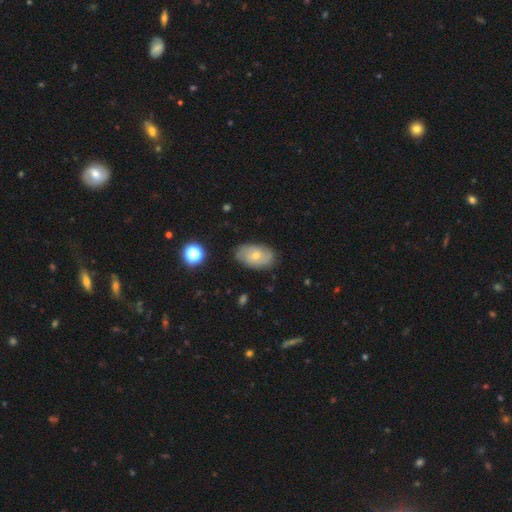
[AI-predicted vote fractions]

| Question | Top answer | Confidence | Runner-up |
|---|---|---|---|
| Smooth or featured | featured or disk | 50% | smooth (42%) |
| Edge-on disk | no | 94% | yes (6%) |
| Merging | none | 77% | minor disturbance (17%) |